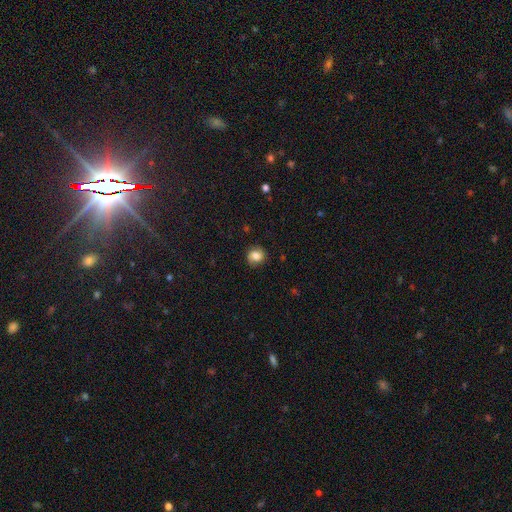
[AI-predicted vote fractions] Smooth or featured? smooth (78%)
How rounded? round (79%)
Merging? none (81%)